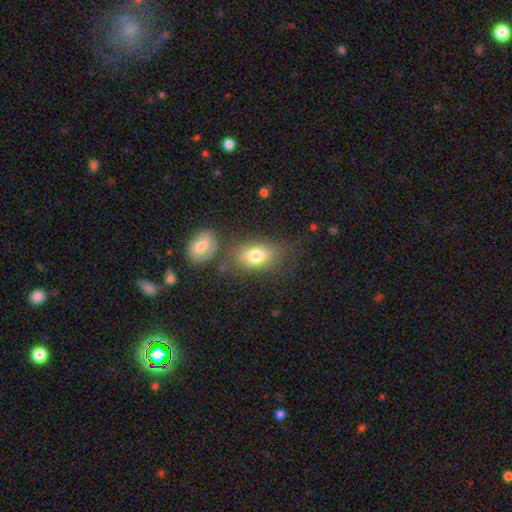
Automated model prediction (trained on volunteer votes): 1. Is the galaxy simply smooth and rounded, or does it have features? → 77% smooth, 14% featured or disk, 9% star or artifact.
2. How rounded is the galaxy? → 82% in between, 16% round, 2% cigar-shaped.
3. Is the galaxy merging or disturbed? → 64% none, 17% minor disturbance, 13% merger, 6% major disturbance.